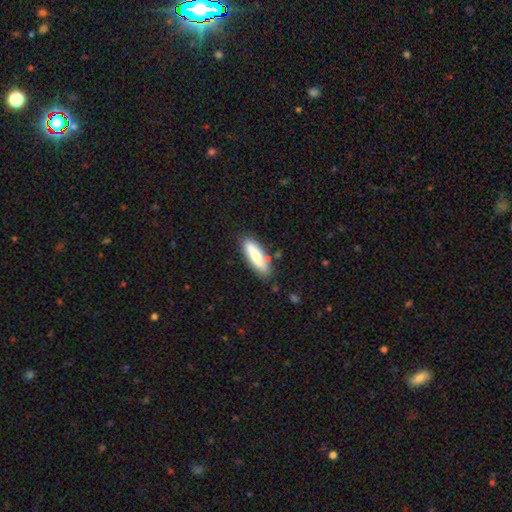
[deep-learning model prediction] smooth_or_featured: smooth (p=0.76) [alt: featured or disk p=0.18]
how_rounded: cigar-shaped (p=0.55) [alt: in between p=0.44]
merging: none (p=0.79) [alt: minor disturbance p=0.14]